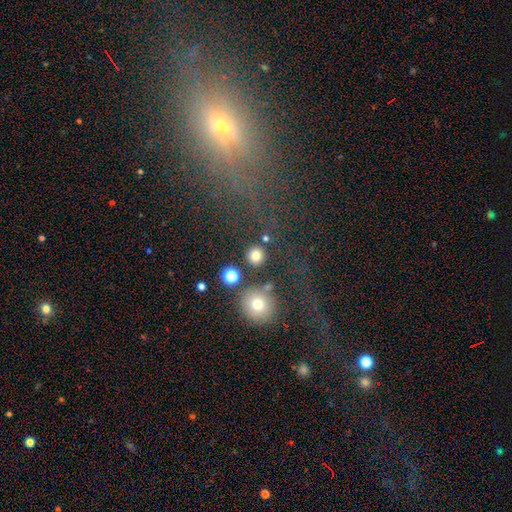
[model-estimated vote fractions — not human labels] Q: Smooth or featured?
A: smooth (79%); runner-up: star or artifact (14%)
Q: How rounded?
A: round (91%); runner-up: in between (8%)
Q: Merging?
A: none (81%); runner-up: merger (8%)